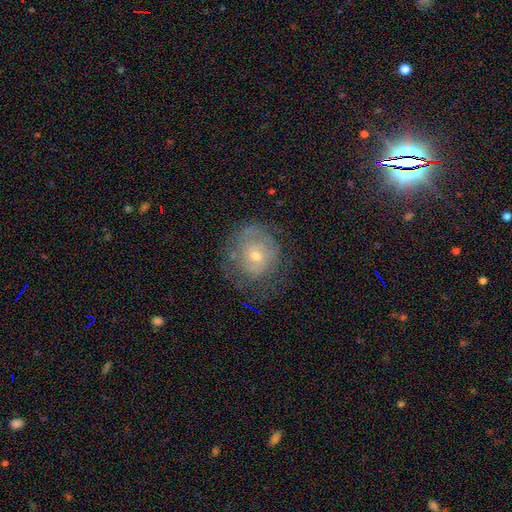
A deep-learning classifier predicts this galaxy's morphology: type=featured or disk (58%); edge-on=no (97%); bar=no (73%); spiral arms=yes (63%); bulge=moderate (49%); merging=none (63%).